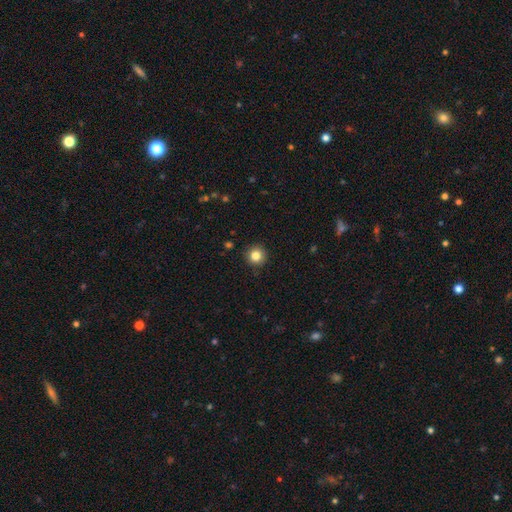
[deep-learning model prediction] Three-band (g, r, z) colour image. It shows a smooth galaxy with no disk features (83%) that is round (95%). Merging: none (91%).